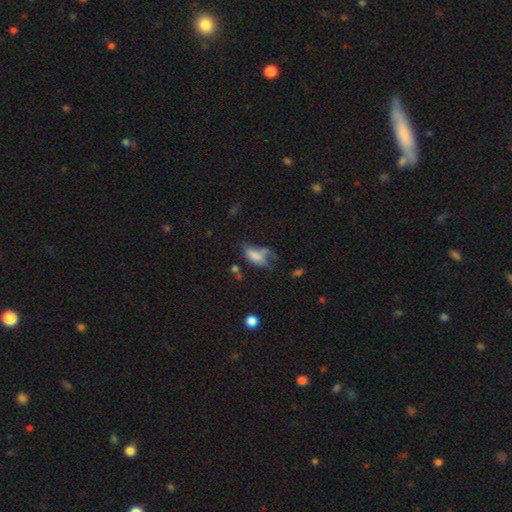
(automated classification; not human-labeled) Q: Smooth or featured?
A: smooth (60%); runner-up: featured or disk (28%)
Q: How rounded?
A: in between (80%); runner-up: cigar-shaped (15%)
Q: Merging?
A: major disturbance (34%); runner-up: none (25%)